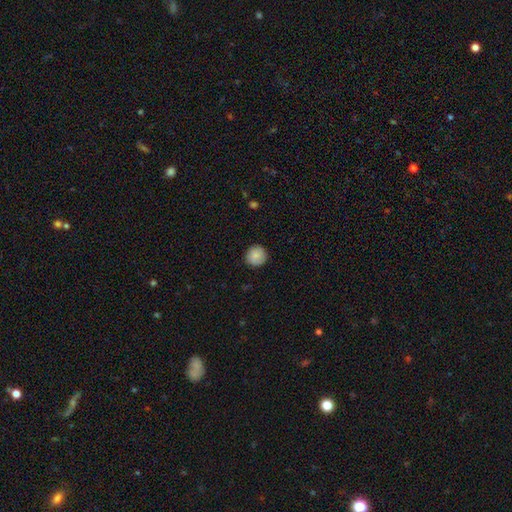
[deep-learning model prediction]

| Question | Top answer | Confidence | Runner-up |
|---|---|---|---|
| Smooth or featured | smooth | 84% | featured or disk (9%) |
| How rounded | round | 93% | in between (6%) |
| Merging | none | 87% | minor disturbance (10%) |